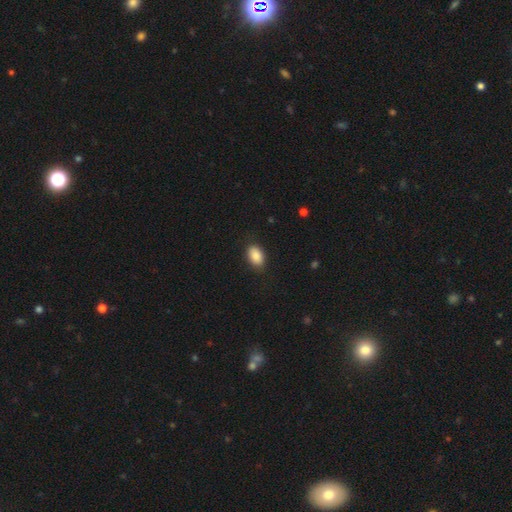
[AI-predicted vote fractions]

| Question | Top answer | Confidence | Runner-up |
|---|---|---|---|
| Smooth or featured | smooth | 89% | star or artifact (7%) |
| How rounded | in between | 89% | round (10%) |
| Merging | none | 87% | minor disturbance (10%) |